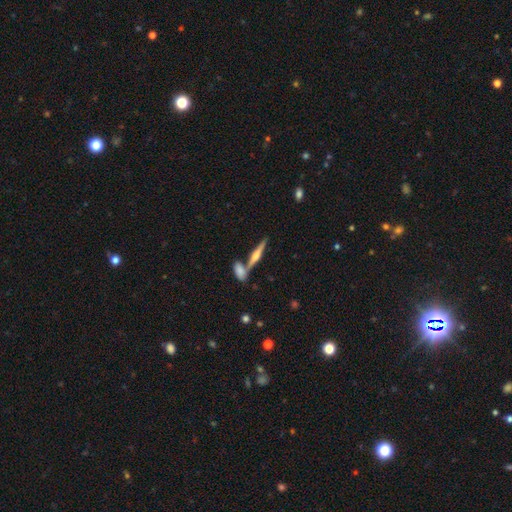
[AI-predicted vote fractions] smooth-or-featured: featured or disk: 65% | smooth: 28% | star or artifact: 7%
  disk-edge-on: yes: 96% | no: 4%
    edge-on-bulge: rounded: 84% | boxy: 10% | none: 6%
  merging: none: 68% | merger: 22% | minor disturbance: 8% | major disturbance: 3%